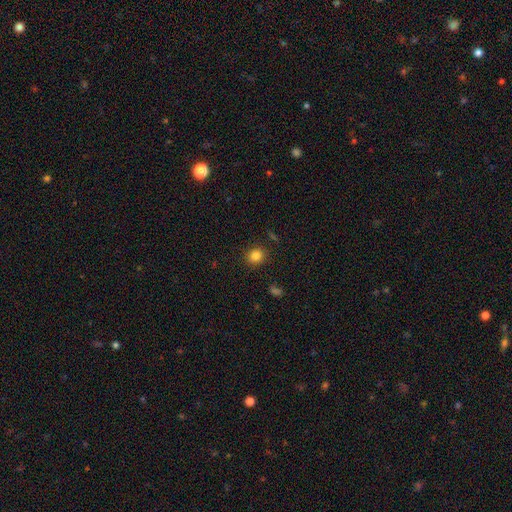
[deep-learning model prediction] Morphology: type=smooth (84%); roundness=round (80%); merging=none (89%).